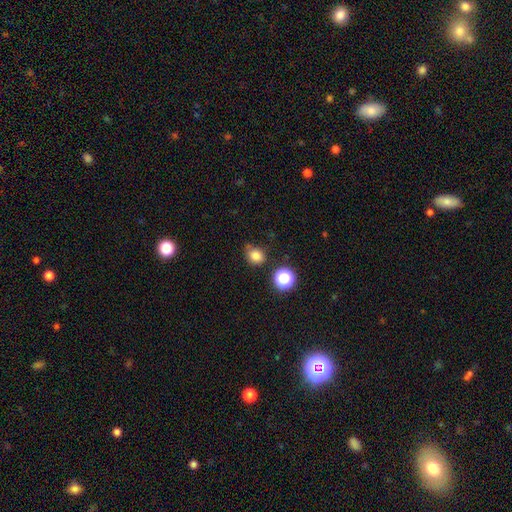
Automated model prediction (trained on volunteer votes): Smooth or featured? Predicted: smooth (p=0.81). How rounded? Predicted: round (p=0.70). Merging? Predicted: none (p=0.70).